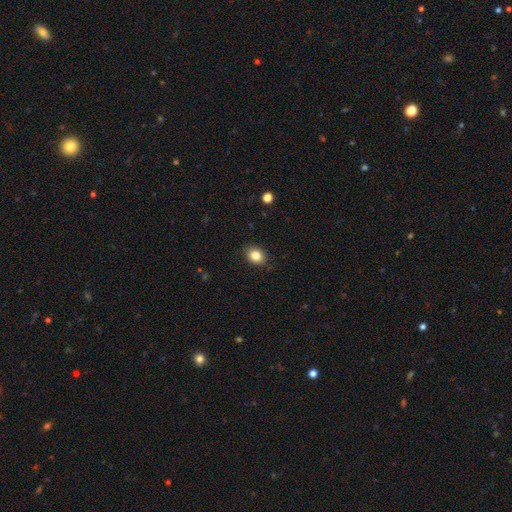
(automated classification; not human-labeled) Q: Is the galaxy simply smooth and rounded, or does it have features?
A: smooth — 84%.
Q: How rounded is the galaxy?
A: in between — 57%.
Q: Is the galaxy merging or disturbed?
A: none — 87%.